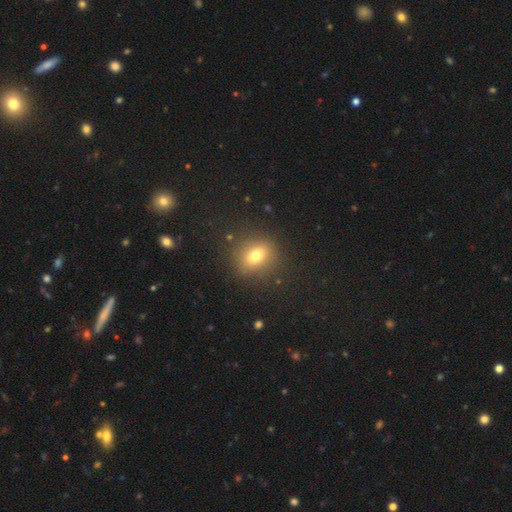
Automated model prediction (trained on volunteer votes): The model was most divided on "how rounded": round: 54%, in between: 44%, cigar-shaped: 2%. More confident: merging — none (85%); smooth or featured — smooth (75%).